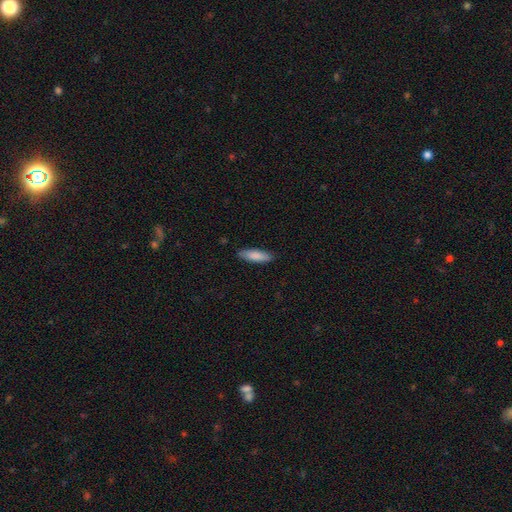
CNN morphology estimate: A smooth galaxy with no disk features (86%) that is cigar-shaped (53%). Merging: none (86%).